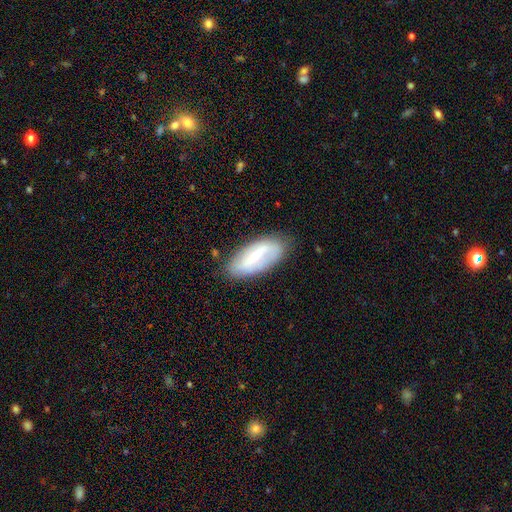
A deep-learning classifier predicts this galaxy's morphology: type=featured or disk (56%); edge-on=no (85%); merging=none (79%).